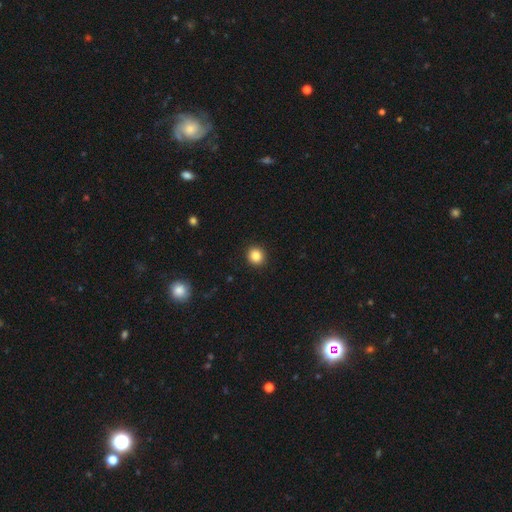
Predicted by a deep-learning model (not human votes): This is clearly a smooth galaxy (85%). How rounded: clearly round (89%). Merging: clearly none (93%).